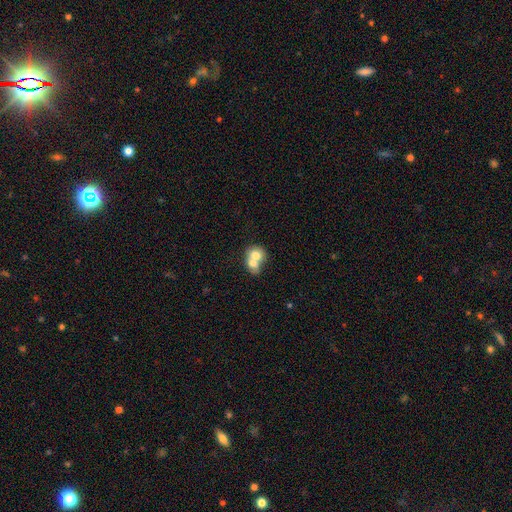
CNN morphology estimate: This appears to be a smooth galaxy with no disk features (67%) that is round (59%). Merging: merger (74%).